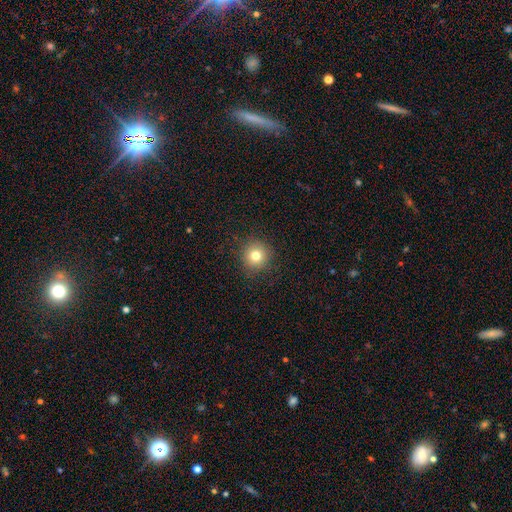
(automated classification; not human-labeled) Overall: smooth (78%). How rounded: round (95%). Merging: none (90%).